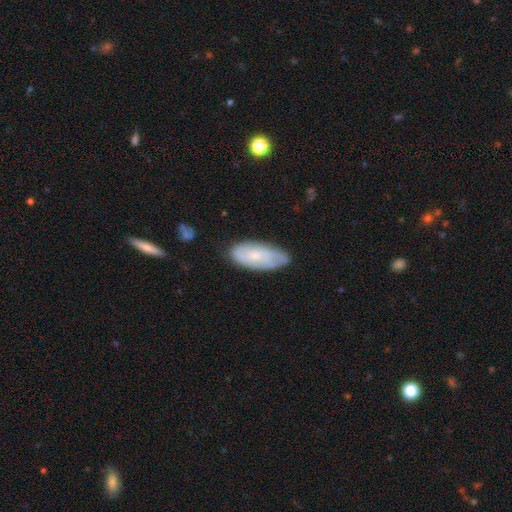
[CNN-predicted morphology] smooth 54%, featured or disk 39%, star or artifact 7%. Down the decision tree: how rounded — in between (86%); merging — none (73%).